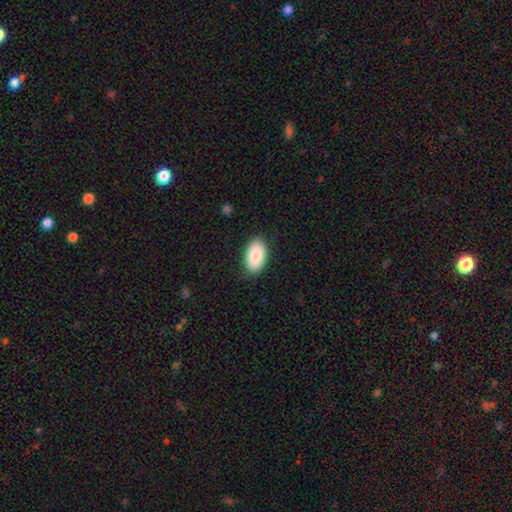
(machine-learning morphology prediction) A smooth galaxy with no disk features (87%) that is in between round and cigar-shaped (95%). Merging: none (87%).